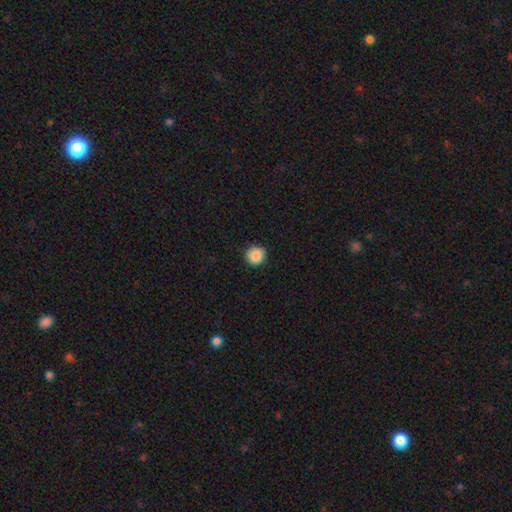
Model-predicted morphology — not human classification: smooth-or-featured: smooth: 88% | star or artifact: 9% | featured or disk: 3%
  how-rounded: round: 92% | in between: 7% | cigar-shaped: 1%
  merging: none: 90% | minor disturbance: 7% | major disturbance: 2% | merger: 1%